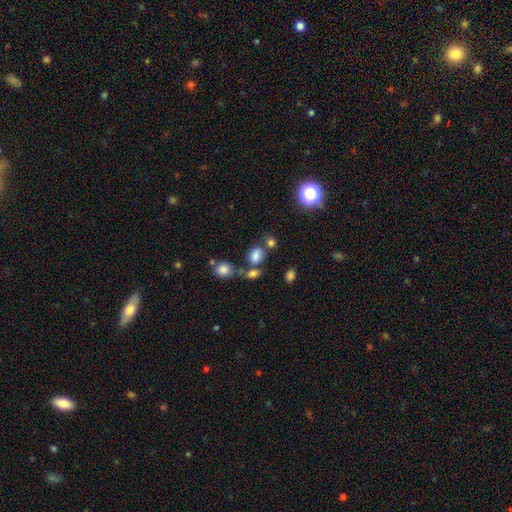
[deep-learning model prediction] Smooth or featured? smooth (76%)
How rounded? in between (66%)
Merging? none (52%)